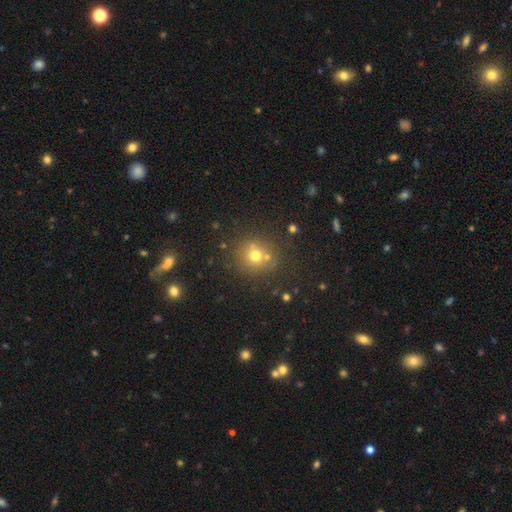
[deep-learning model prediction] Smooth or featured?
  - smooth: 67% *
  - star or artifact: 20%
  - featured or disk: 13%
How rounded?
  - round: 88% *
  - in between: 11%
  - cigar-shaped: 1%
Merging?
  - none: 70% *
  - merger: 16%
  - minor disturbance: 10%
  - major disturbance: 4%